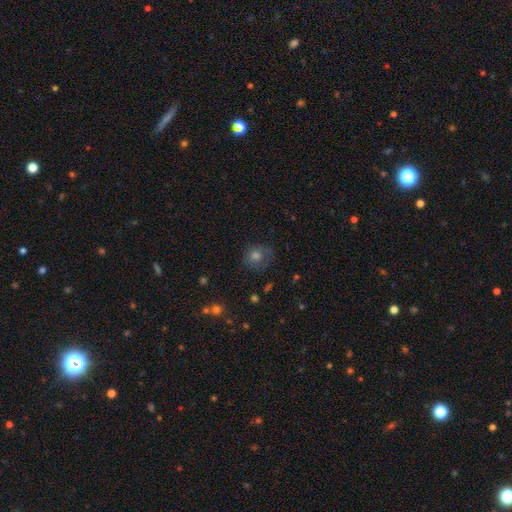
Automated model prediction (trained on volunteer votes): This appears to be a smooth galaxy with no disk features (56%) that is round (80%). Merging: none (68%).